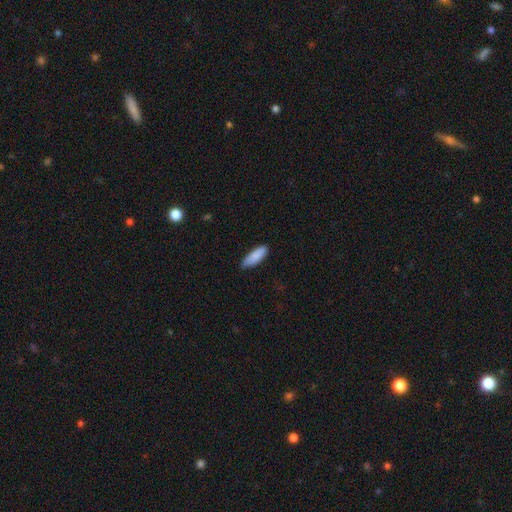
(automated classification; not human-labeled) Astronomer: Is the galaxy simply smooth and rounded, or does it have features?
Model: smooth — 87%.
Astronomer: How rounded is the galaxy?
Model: in between — 59% (runner-up: cigar-shaped, 40%).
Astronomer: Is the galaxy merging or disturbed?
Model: none — 79%.